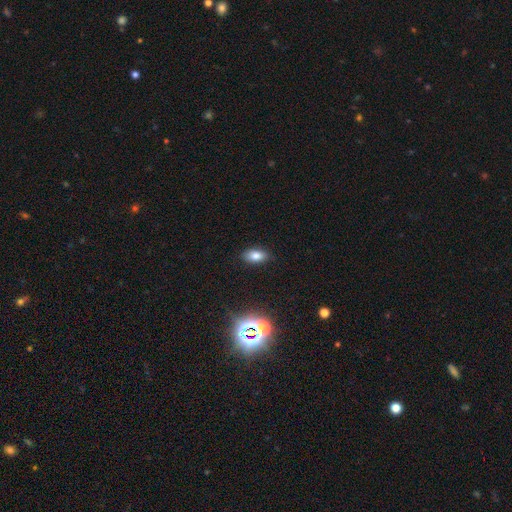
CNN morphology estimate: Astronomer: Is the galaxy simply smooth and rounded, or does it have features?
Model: smooth — 78%.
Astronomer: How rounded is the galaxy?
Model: in between — 89%.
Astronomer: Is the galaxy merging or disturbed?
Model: none — 87%.